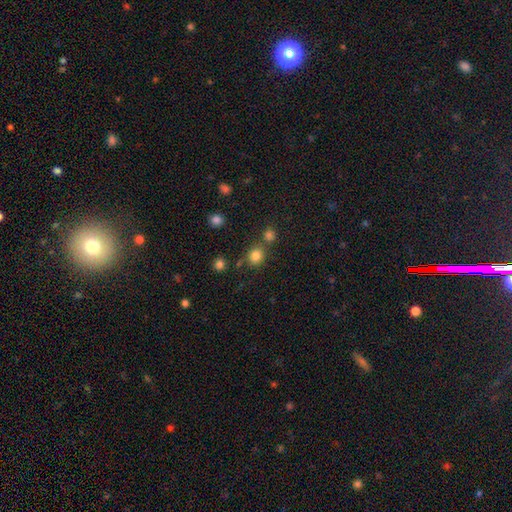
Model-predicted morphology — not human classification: Overall: smooth (81%). How rounded: round (82%). Merging: none (71%).